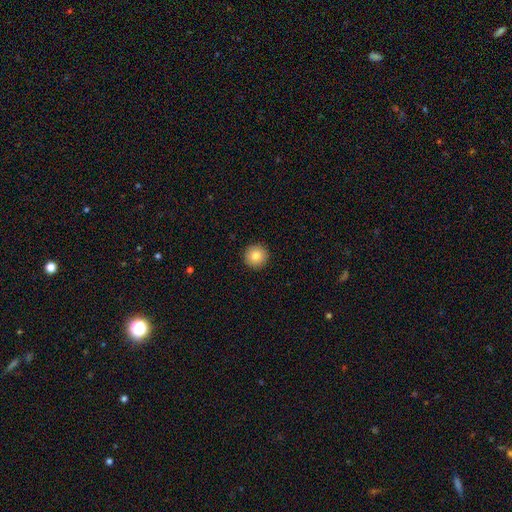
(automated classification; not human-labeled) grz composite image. It shows a smooth galaxy with no disk features (83%) that is round (96%). Merging: none (93%).